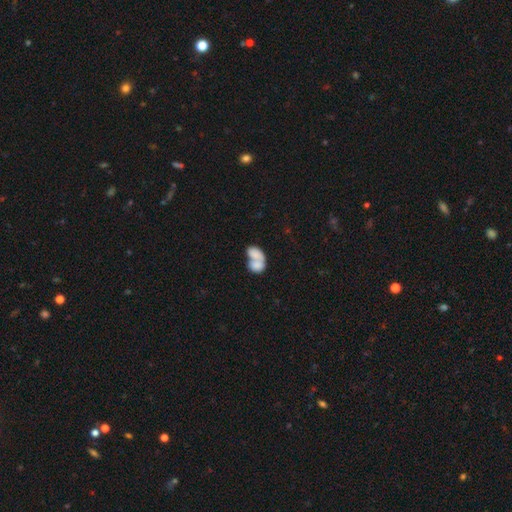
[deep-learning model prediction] A smooth galaxy with no disk features (72%) that is in between round and cigar-shaped (81%). Merging: merger (74%).